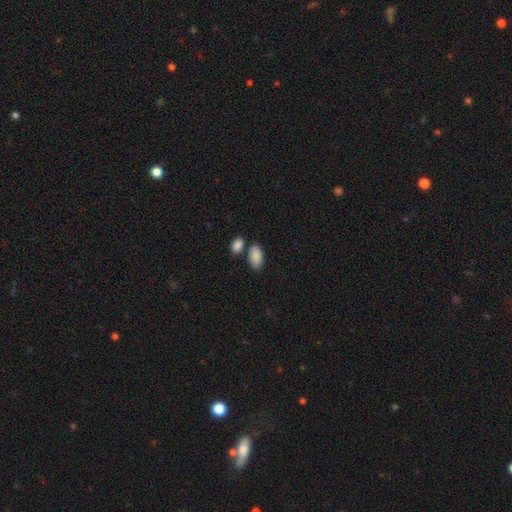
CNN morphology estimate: smooth-or-featured: smooth: 89% | star or artifact: 7% | featured or disk: 4%
  how-rounded: in between: 94% | round: 3% | cigar-shaped: 2%
  merging: none: 66% | merger: 18% | minor disturbance: 13% | major disturbance: 3%